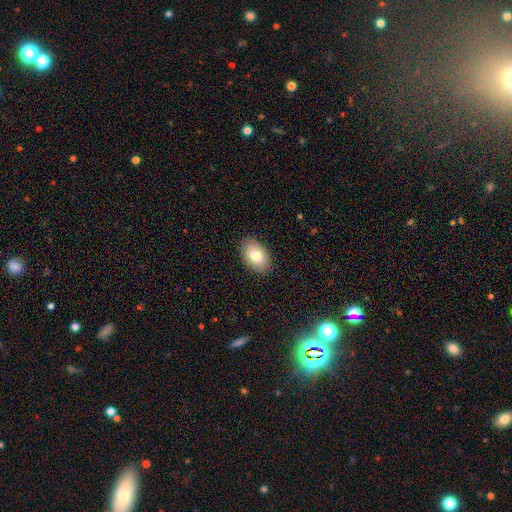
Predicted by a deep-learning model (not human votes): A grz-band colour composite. It shows a smooth galaxy with no disk features (79%) that is in between round and cigar-shaped (89%). Merging: none (88%).